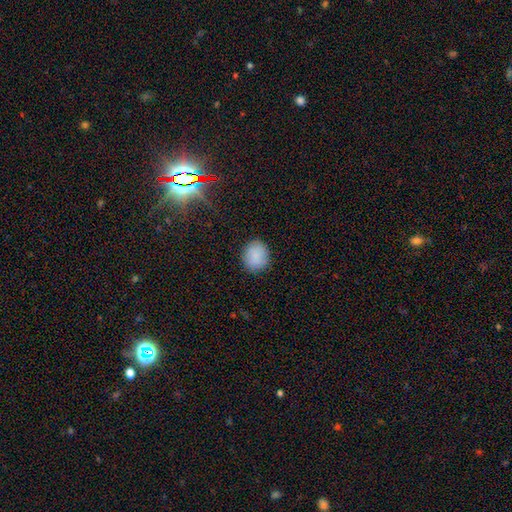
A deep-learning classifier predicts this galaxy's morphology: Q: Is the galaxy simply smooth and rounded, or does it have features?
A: smooth — 87%.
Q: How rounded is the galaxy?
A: round — 74%.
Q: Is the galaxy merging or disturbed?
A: none — 87%.